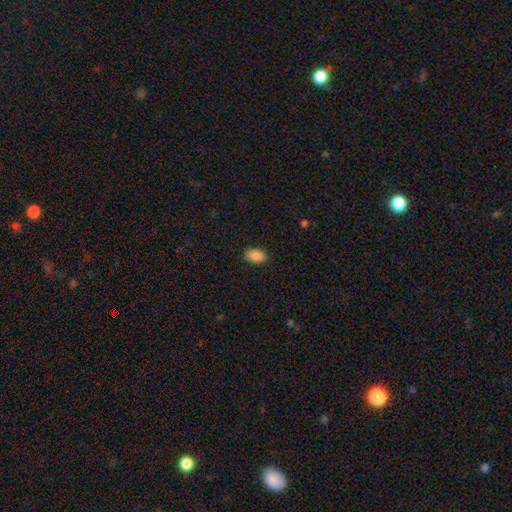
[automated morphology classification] Q: Smooth or featured?
A: smooth (89%); runner-up: star or artifact (8%)
Q: How rounded?
A: in between (89%); runner-up: round (10%)
Q: Merging?
A: none (87%); runner-up: minor disturbance (10%)